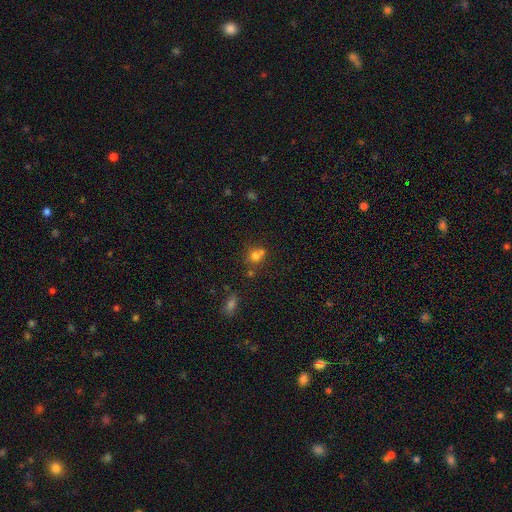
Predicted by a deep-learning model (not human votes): Morphology: type=smooth (70%); roundness=round (76%); merging=none (43%).